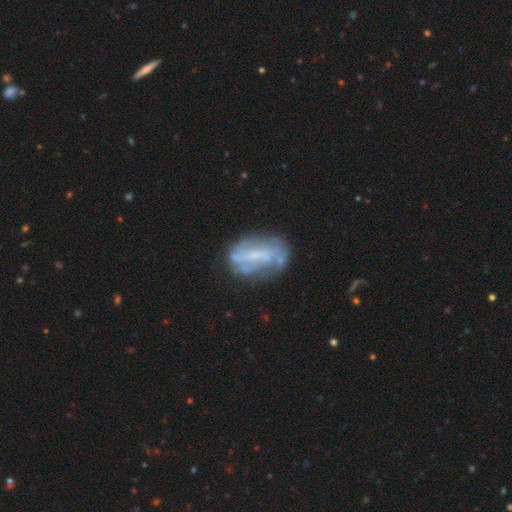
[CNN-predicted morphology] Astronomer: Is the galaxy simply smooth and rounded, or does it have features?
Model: featured or disk — 64%.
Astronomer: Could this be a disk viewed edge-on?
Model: no — 93%.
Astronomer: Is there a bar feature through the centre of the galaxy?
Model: strong — 42% (runner-up: weak, 30%).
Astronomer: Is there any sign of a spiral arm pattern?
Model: no — 58% (runner-up: yes, 42%).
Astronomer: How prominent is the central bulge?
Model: none — 49% (runner-up: small, 30%).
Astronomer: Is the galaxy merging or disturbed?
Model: none — 60%.